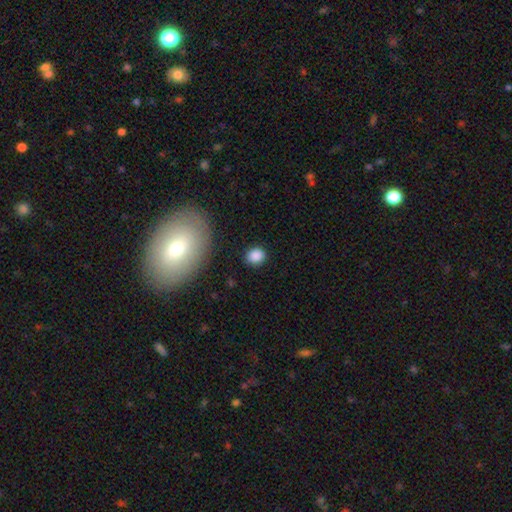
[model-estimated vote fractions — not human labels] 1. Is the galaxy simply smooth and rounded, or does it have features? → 87% smooth, 9% star or artifact, 4% featured or disk.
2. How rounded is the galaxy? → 68% round, 30% in between, 1% cigar-shaped.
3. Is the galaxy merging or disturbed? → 87% none, 9% minor disturbance, 3% major disturbance, 2% merger.